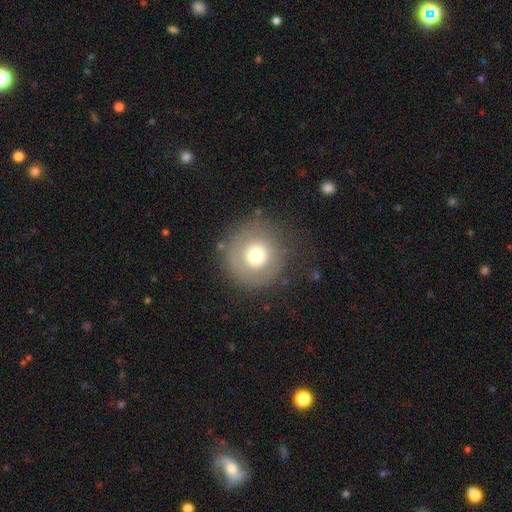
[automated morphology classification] This appears to be a smooth galaxy with no disk features (66%) that is round (95%). Merging: none (79%).